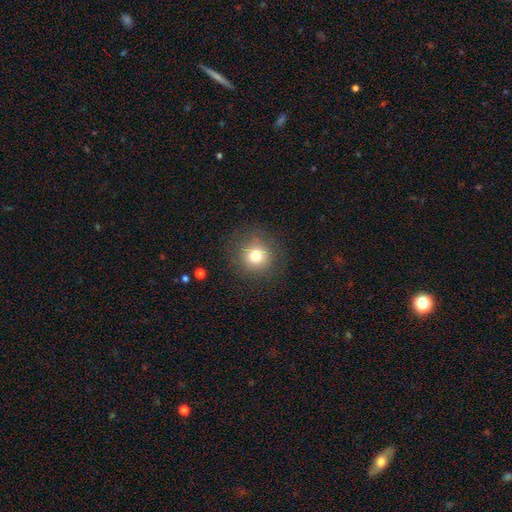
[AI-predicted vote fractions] This is likely a smooth galaxy (77%). How rounded: clearly round (93%). Merging: clearly none (86%).